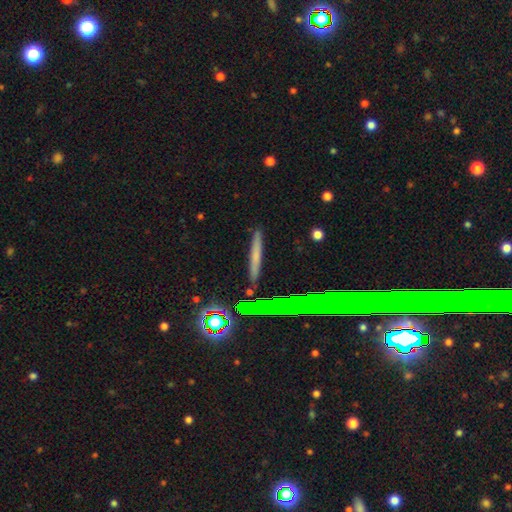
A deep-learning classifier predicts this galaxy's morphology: smooth_or_featured: smooth (p=0.47) [alt: featured or disk p=0.38]
merging: none (p=0.86) [alt: minor disturbance p=0.09]